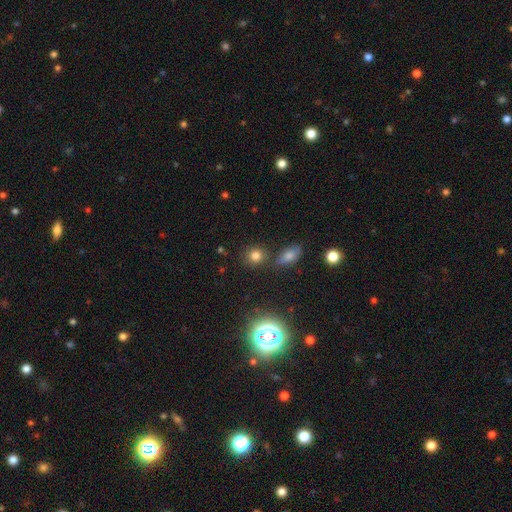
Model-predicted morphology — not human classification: This is likely a smooth galaxy (77%). How rounded: clearly round (81%). Merging: likely none (78%).